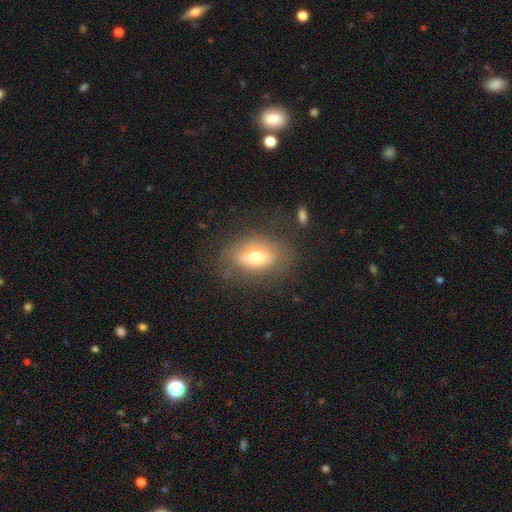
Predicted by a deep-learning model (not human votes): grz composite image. It shows a smooth galaxy with no disk features (61%) that is in between round and cigar-shaped (84%). Merging: none (71%).